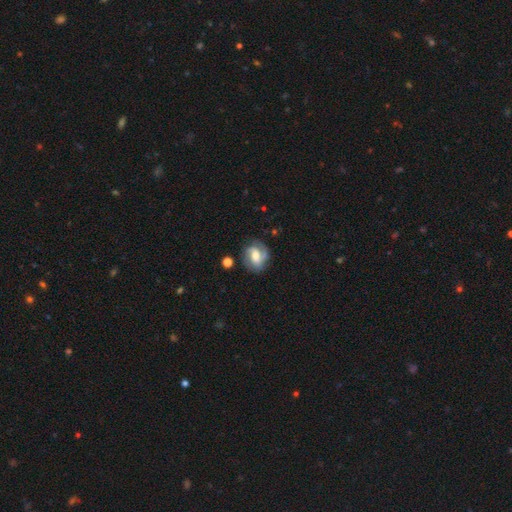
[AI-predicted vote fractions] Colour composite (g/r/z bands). It shows a featured or disk galaxy (71%) with a weak bar (48%), 2 (71%) medium (46%) spiral arms (91%) and a moderate central bulge (56%). Merging: none (71%).